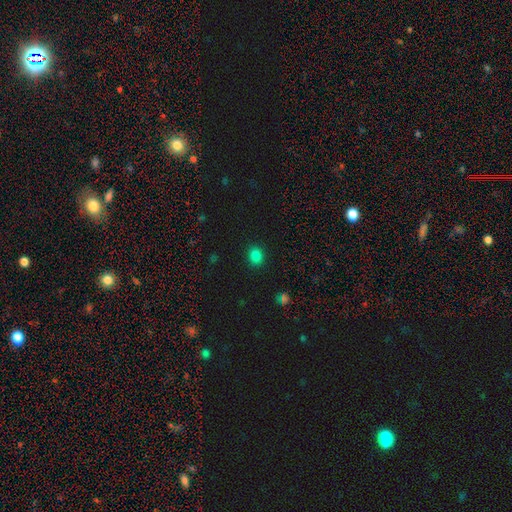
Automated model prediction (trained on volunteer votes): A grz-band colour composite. It shows a smooth galaxy with no disk features (82%) that is round (52%). Merging: none (89%).